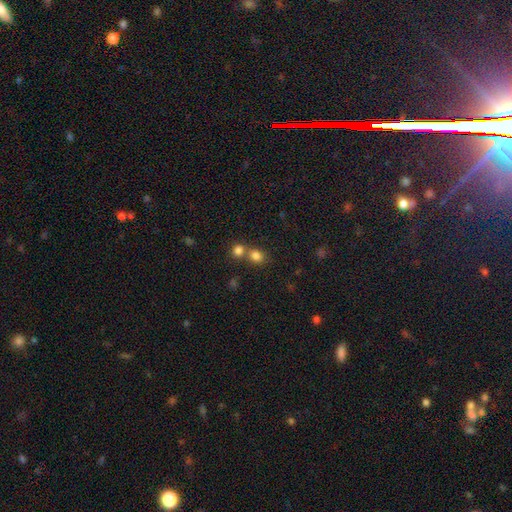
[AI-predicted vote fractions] smooth_or_featured: smooth (p=0.81) [alt: star or artifact p=0.13]
how_rounded: round (p=0.62) [alt: in between p=0.37]
merging: none (p=0.49) [alt: merger p=0.41]